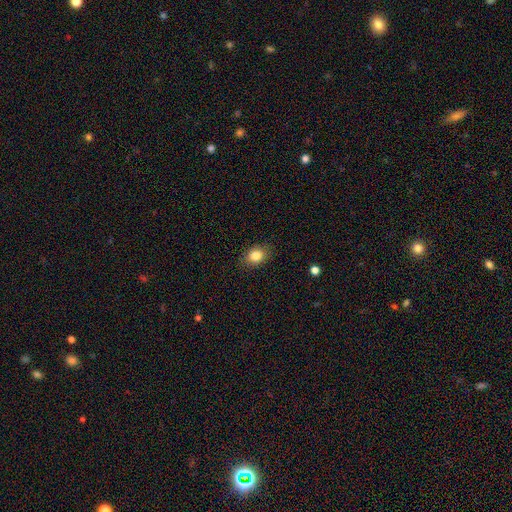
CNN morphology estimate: Smooth or featured? Predicted: smooth (p=0.83). How rounded? Predicted: in between (p=0.66). Merging? Predicted: none (p=0.86).